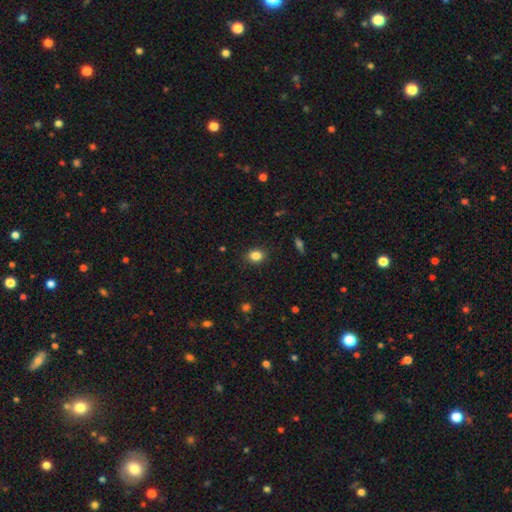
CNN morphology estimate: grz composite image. It shows a smooth galaxy with no disk features (85%) that is round (59%). Merging: none (88%).